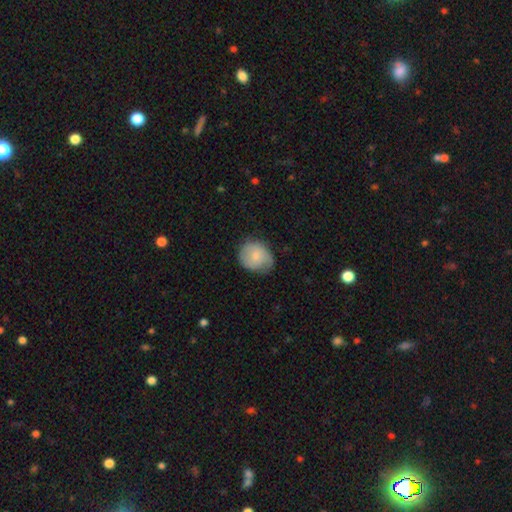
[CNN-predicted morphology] Smooth or featured?
  - smooth: 67% *
  - featured or disk: 27%
  - star or artifact: 6%
How rounded?
  - round: 71% *
  - in between: 29%
  - cigar-shaped: 1%
Merging?
  - none: 61% *
  - minor disturbance: 30%
  - major disturbance: 8%
  - merger: 1%